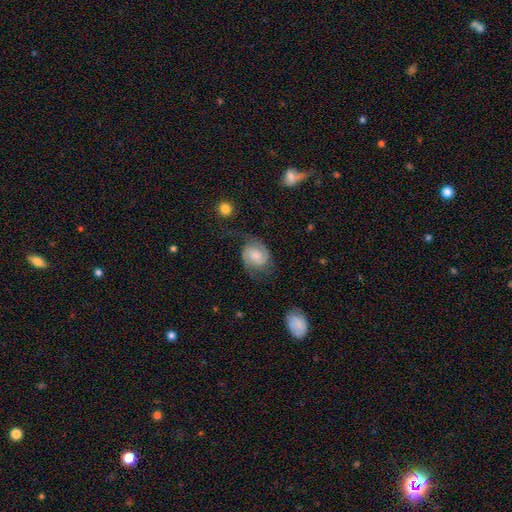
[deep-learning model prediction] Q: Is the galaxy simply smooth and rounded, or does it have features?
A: featured or disk — 67%.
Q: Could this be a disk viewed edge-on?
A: no — 98%.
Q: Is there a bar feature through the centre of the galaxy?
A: no — 57%.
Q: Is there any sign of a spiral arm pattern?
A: yes — 93%.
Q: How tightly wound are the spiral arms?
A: medium — 46%.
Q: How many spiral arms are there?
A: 2 — 84%.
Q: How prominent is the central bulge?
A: moderate — 43%.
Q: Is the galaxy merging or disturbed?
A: none — 52%.